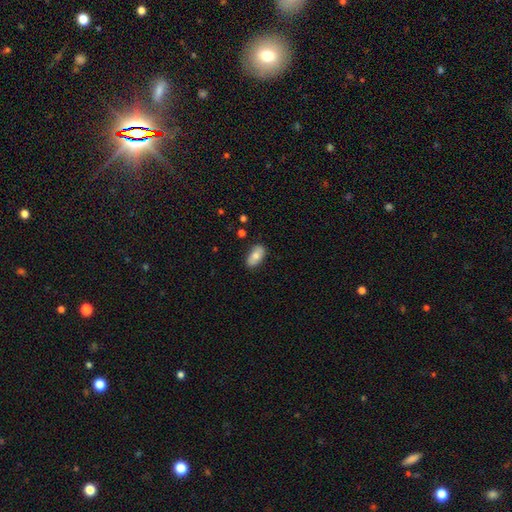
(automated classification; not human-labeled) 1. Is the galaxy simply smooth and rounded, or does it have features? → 76% smooth, 17% featured or disk, 7% star or artifact.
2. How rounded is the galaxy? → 93% in between, 4% round, 3% cigar-shaped.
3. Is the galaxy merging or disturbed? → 82% none, 14% minor disturbance, 2% major disturbance, 2% merger.